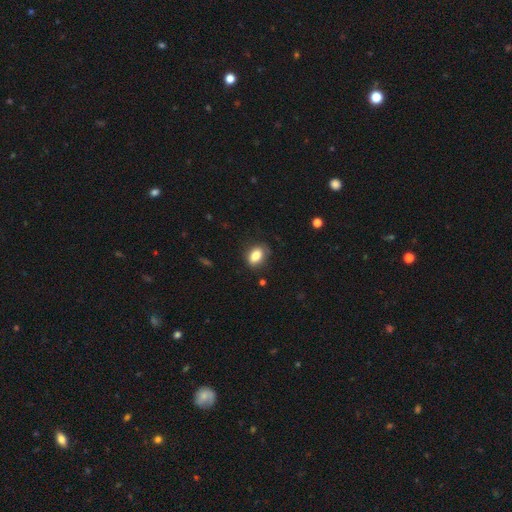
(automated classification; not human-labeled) This appears to be a smooth galaxy with no disk features (84%) that is in between round and cigar-shaped (82%). Merging: none (75%).